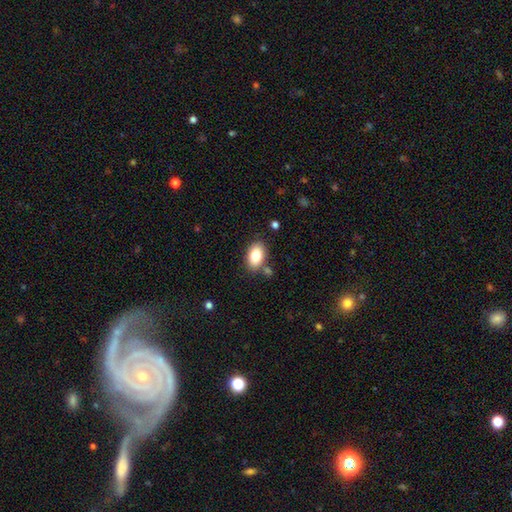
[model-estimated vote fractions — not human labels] smooth-or-featured: smooth: 82% | featured or disk: 10% | star or artifact: 8%
  how-rounded: in between: 90% | round: 9% | cigar-shaped: 1%
  merging: none: 80% | minor disturbance: 12% | merger: 6% | major disturbance: 3%